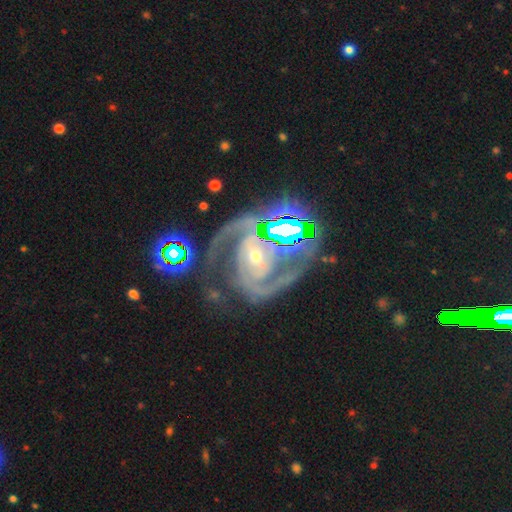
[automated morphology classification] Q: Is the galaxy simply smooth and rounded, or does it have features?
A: featured or disk — 88%.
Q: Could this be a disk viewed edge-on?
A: no — 98%.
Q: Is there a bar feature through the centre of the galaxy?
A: no — 37%.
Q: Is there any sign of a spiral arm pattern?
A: yes — 97%.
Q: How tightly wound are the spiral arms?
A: medium — 49%.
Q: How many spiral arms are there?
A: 2 — 79%.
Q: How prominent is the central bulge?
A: small — 65%.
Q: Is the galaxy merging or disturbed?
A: none — 50%.